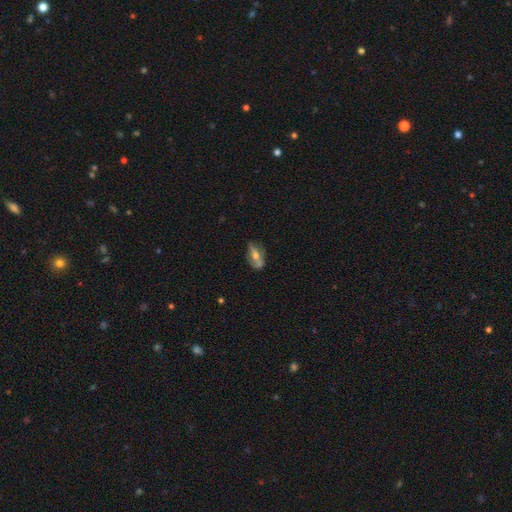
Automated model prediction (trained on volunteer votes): Smooth or featured: featured or disk — 46% (smooth — 45%)
Merging: none — 51% (minor disturbance — 26%)